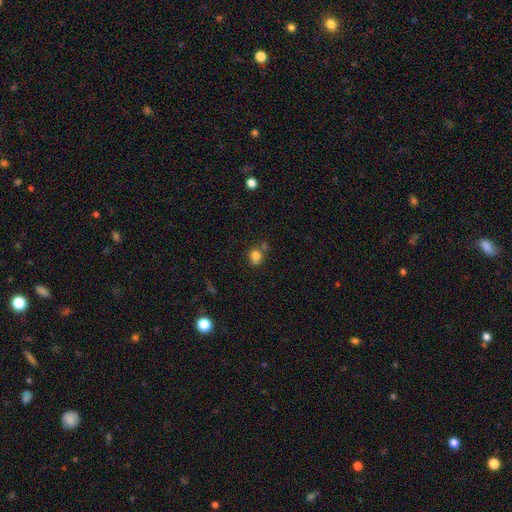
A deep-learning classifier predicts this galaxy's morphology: Smooth or featured? smooth (80%)
How rounded? round (59%)
Merging? none (59%)